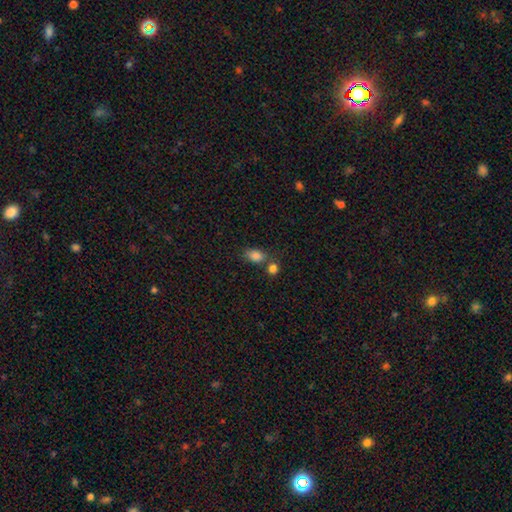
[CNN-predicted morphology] Overall: smooth (84%). How rounded: in between (77%). Merging: none (58%; merger 24%).